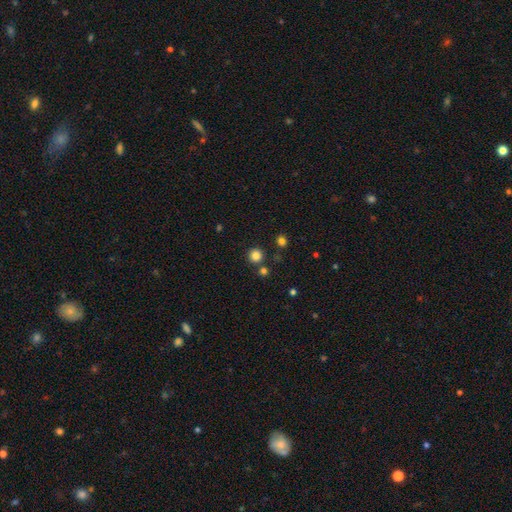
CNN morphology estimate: smooth 83%, star or artifact 13%, featured or disk 4%. Down the decision tree: how rounded — round (95%); merging — none (85%).